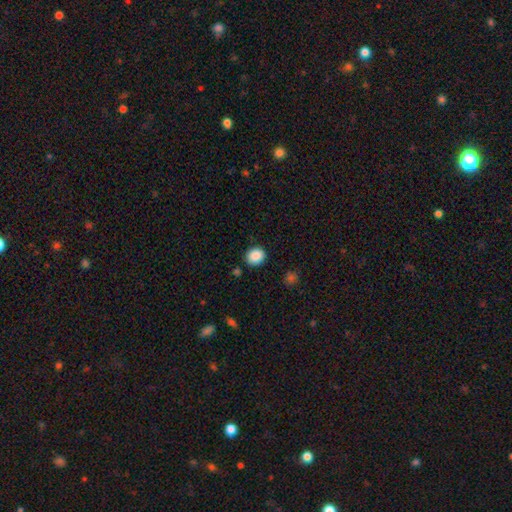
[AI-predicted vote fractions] This appears to be a smooth galaxy with no disk features (88%) that is round (73%). Merging: none (87%).